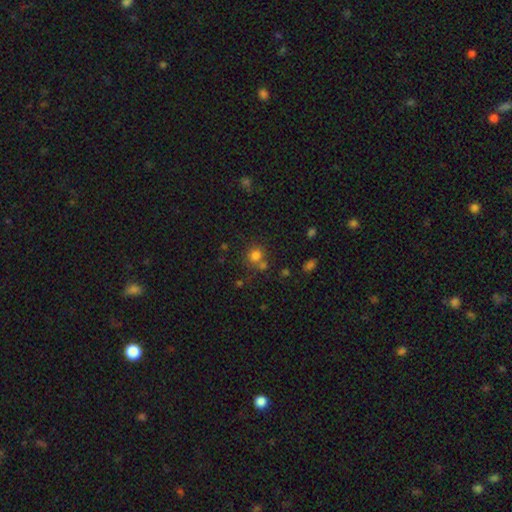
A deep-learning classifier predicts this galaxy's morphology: Smooth or featured? smooth (77%)
How rounded? round (85%)
Merging? none (61%)